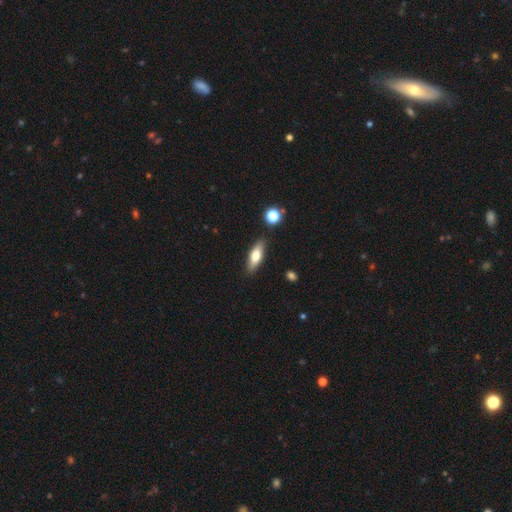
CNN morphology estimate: Smooth or featured? Predicted: smooth (p=0.62). How rounded? Predicted: in between (p=0.52). Merging? Predicted: none (p=0.85).